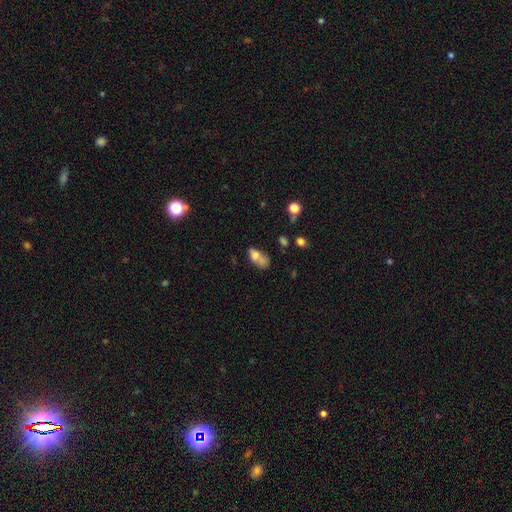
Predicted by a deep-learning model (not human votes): This appears to be a smooth galaxy with no disk features (65%) that is in between round and cigar-shaped (81%). Merging: merger (41%).